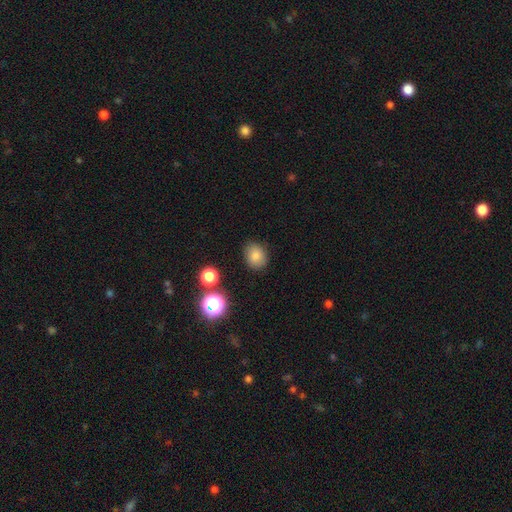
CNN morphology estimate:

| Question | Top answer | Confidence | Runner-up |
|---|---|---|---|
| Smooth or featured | smooth | 81% | star or artifact (12%) |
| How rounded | round | 53% | in between (46%) |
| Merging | none | 83% | minor disturbance (12%) |